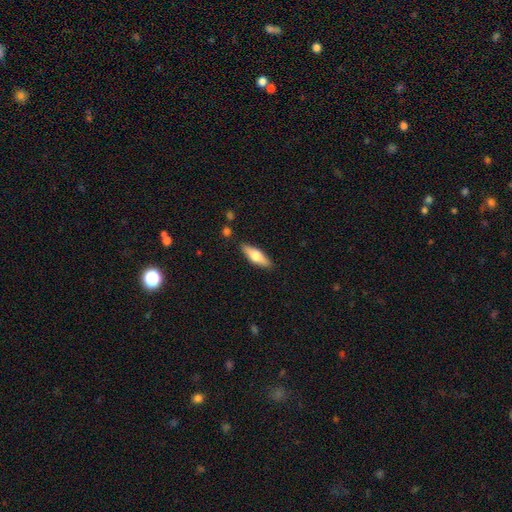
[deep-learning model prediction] Smooth or featured? smooth (54%)
How rounded? in between (51%)
Merging? none (87%)